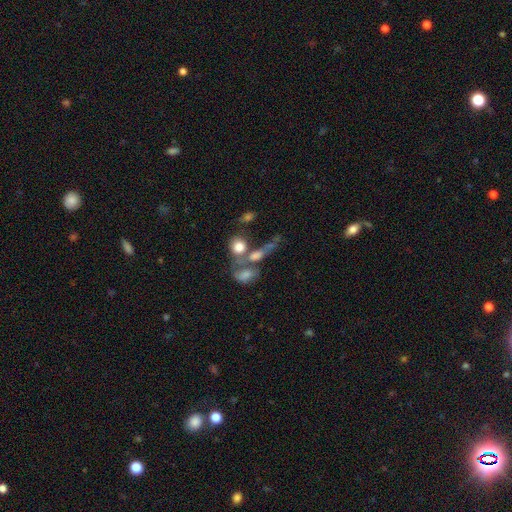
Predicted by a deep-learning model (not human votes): The model was most divided on "how rounded": in between: 52%, round: 40%, cigar-shaped: 8%. Remaining: smooth or featured — smooth (56%); merging — merger (46%).